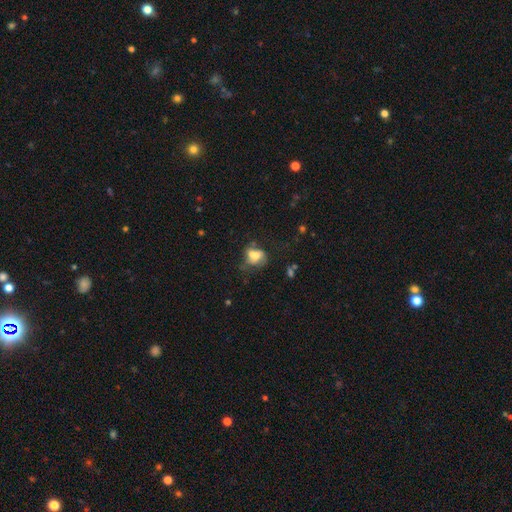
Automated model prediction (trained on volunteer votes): A smooth galaxy with no disk features (56%) that is in between round and cigar-shaped (59%). Merging: none (29%).